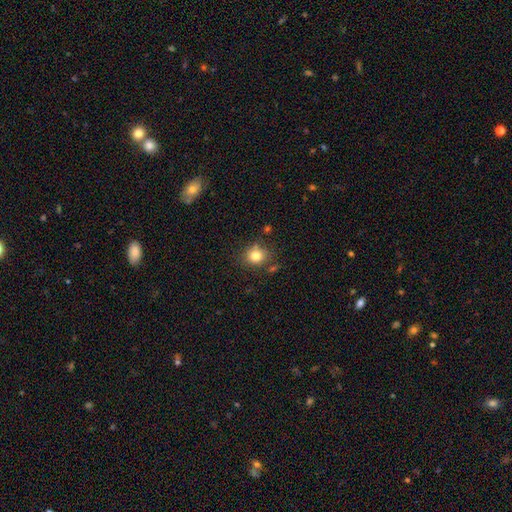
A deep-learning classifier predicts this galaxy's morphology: The model was most divided on "how rounded": round: 76%, in between: 23%, cigar-shaped: 1%. More confident: smooth or featured — smooth (80%); merging — none (76%).